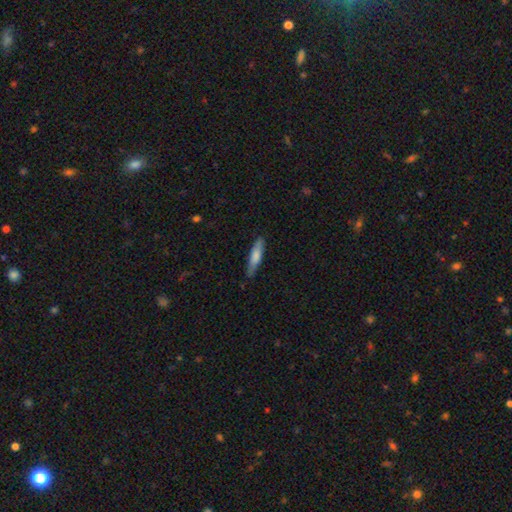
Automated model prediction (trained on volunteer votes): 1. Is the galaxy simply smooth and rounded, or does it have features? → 75% smooth, 20% featured or disk, 5% star or artifact.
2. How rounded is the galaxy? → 79% cigar-shaped, 20% in between, 1% round.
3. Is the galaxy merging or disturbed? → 80% none, 16% minor disturbance, 3% major disturbance, 1% merger.